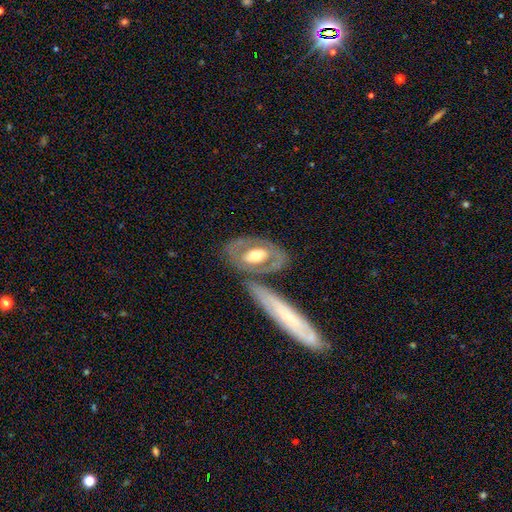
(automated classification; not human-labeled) smooth_or_featured: featured or disk (p=0.62) [alt: smooth p=0.33]
disk_edge_on: no (p=0.88) [alt: yes p=0.12]
bar: no (p=0.53) [alt: weak p=0.26]
has_spiral_arms: no (p=0.69) [alt: yes p=0.31]
bulge_size: moderate (p=0.68) [alt: large p=0.17]
merging: none (p=0.66) [alt: minor disturbance p=0.14]